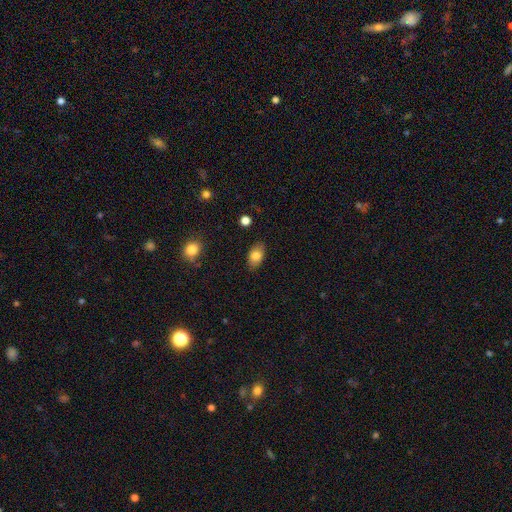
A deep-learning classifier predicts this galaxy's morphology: Smooth or featured: smooth — 81% (featured or disk — 11%)
How rounded: in between — 89% (round — 9%)
Merging: none — 85% (minor disturbance — 11%)